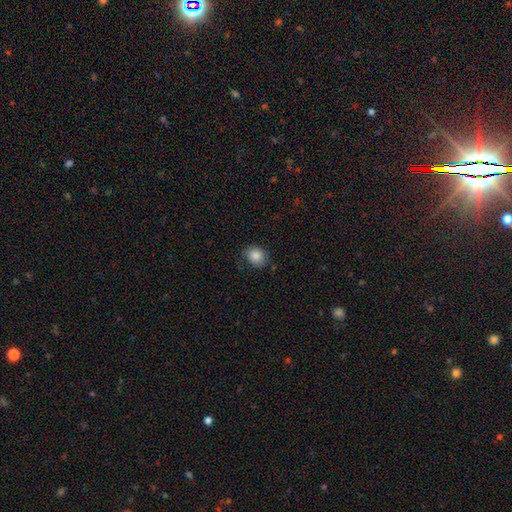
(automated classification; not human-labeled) smooth-or-featured: smooth: 85% | star or artifact: 9% | featured or disk: 6%
  how-rounded: round: 60% | in between: 39% | cigar-shaped: 1%
  merging: none: 77% | minor disturbance: 18% | major disturbance: 3% | merger: 2%